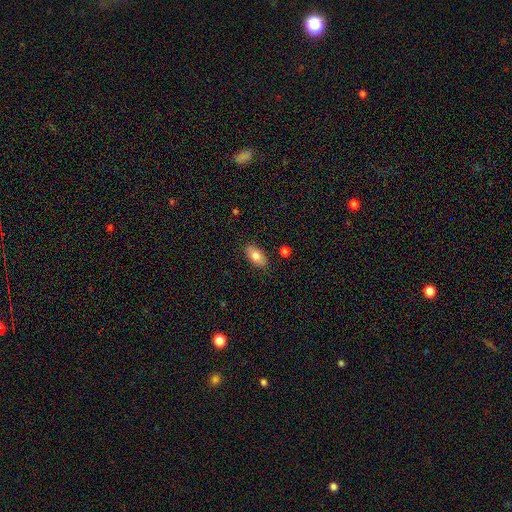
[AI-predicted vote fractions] Smooth or featured? smooth (80%)
How rounded? in between (91%)
Merging? none (85%)